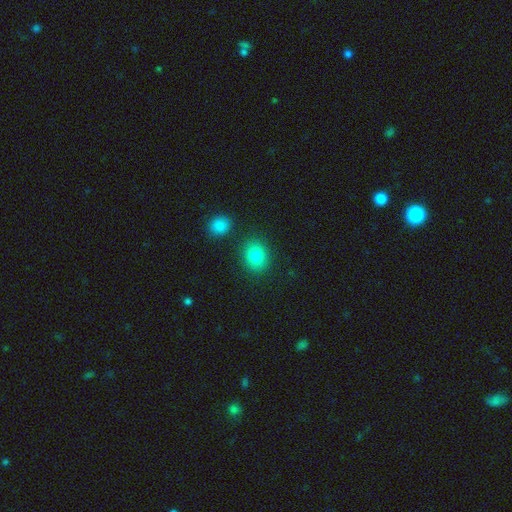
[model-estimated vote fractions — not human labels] A smooth galaxy with no disk features (83%) that is round (57%). Merging: none (84%).